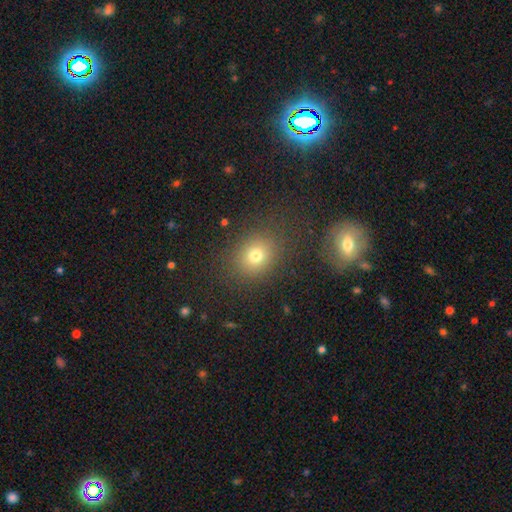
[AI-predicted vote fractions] smooth_or_featured: smooth (p=0.73) [alt: star or artifact p=0.18]
how_rounded: round (p=0.63) [alt: in between p=0.35]
merging: none (p=0.84) [alt: minor disturbance p=0.09]